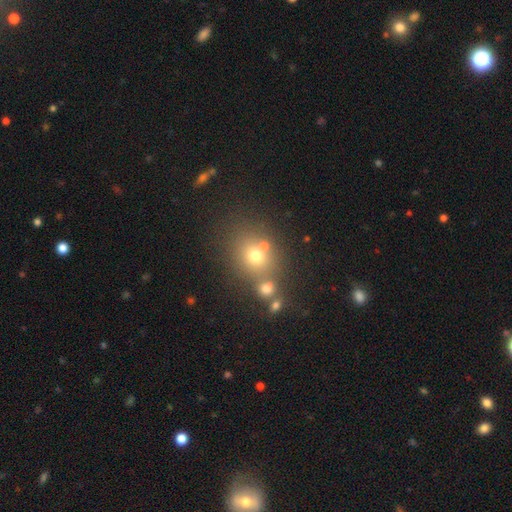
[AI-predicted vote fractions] A smooth galaxy with no disk features (66%) that is round (69%). Merging: none (58%).